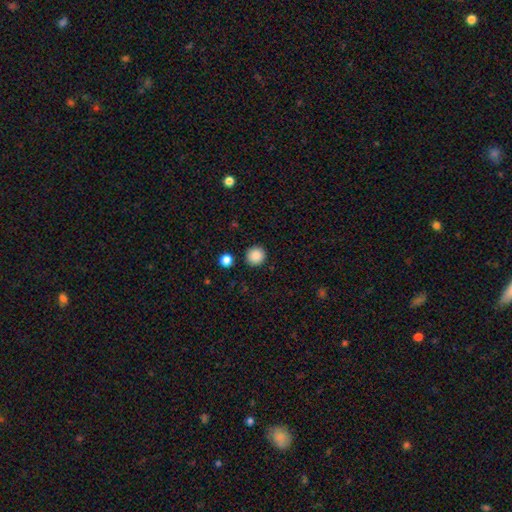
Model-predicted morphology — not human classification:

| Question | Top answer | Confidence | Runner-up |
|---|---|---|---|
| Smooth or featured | smooth | 88% | star or artifact (9%) |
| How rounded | round | 93% | in between (6%) |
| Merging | none | 91% | minor disturbance (5%) |